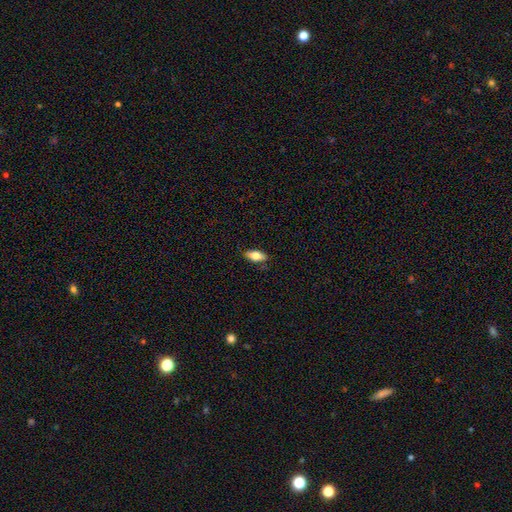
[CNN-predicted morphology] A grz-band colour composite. It shows a smooth galaxy with no disk features (72%) that is in between round and cigar-shaped (84%). Merging: none (86%).